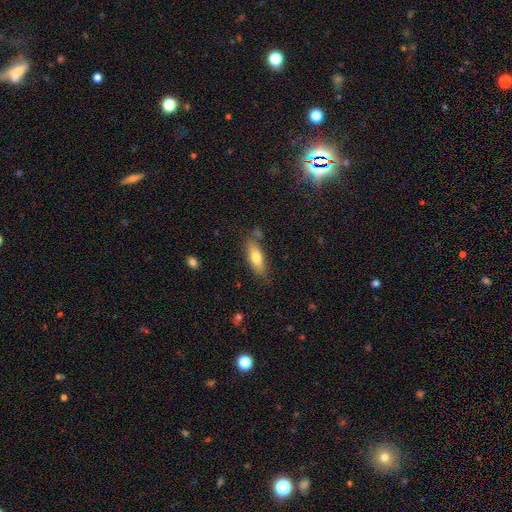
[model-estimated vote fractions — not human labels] This is likely a smooth galaxy (69%). How rounded: likely in between (62%). Merging: likely none (75%).